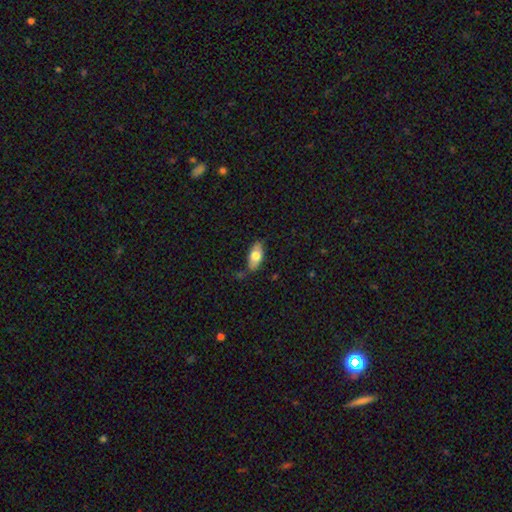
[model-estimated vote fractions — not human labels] Smooth or featured?
  - smooth: 70% *
  - featured or disk: 23%
  - star or artifact: 6%
How rounded?
  - in between: 88% *
  - cigar-shaped: 9%
  - round: 3%
Merging?
  - none: 76% *
  - minor disturbance: 18%
  - major disturbance: 3%
  - merger: 3%